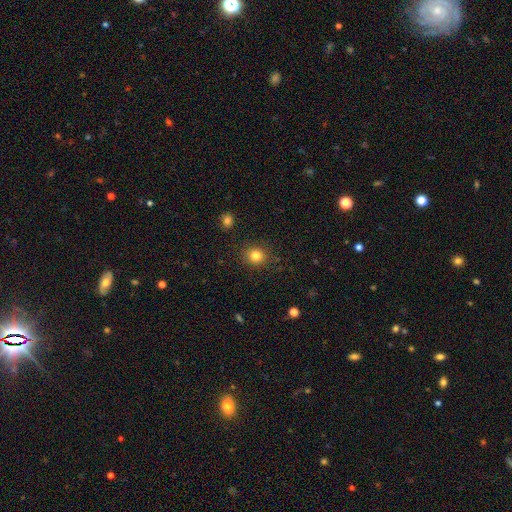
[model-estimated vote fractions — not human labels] Smooth or featured?
  - smooth: 83% *
  - star or artifact: 12%
  - featured or disk: 6%
How rounded?
  - round: 86% *
  - in between: 14%
  - cigar-shaped: 1%
Merging?
  - none: 89% *
  - minor disturbance: 7%
  - major disturbance: 2%
  - merger: 1%